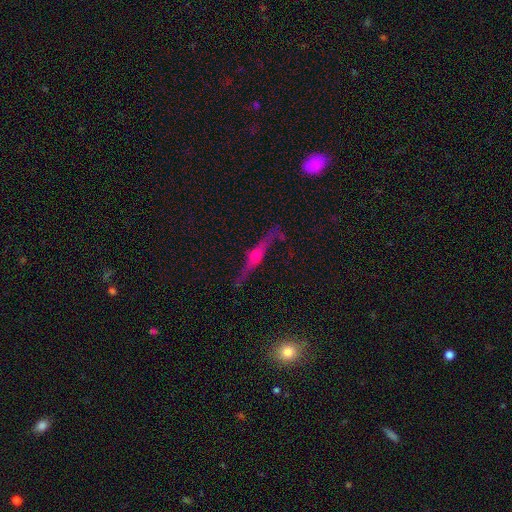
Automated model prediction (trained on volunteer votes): smooth_or_featured: featured or disk (p=0.82) [alt: smooth p=0.10]
disk_edge_on: yes (p=0.95) [alt: no p=0.05]
edge_on_bulge: rounded (p=0.92) [alt: boxy p=0.04]
merging: none (p=0.82) [alt: minor disturbance p=0.12]